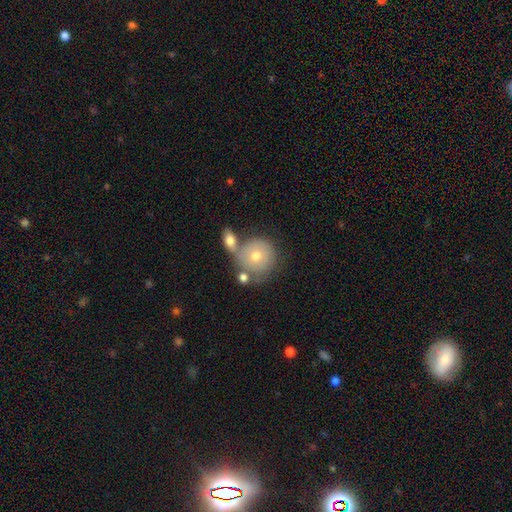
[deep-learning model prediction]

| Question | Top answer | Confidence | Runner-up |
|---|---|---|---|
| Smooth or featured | smooth | 61% | featured or disk (31%) |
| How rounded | round | 88% | in between (11%) |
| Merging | none | 47% | merger (32%) |